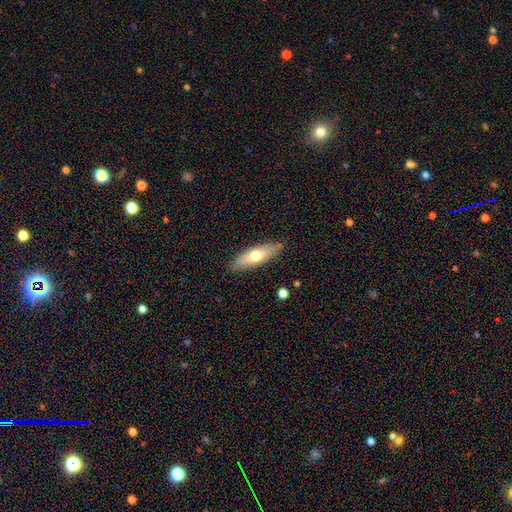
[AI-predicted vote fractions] Smooth or featured?
  - smooth: 60% *
  - featured or disk: 33%
  - star or artifact: 6%
How rounded?
  - in between: 54% *
  - cigar-shaped: 43%
  - round: 2%
Merging?
  - none: 86% *
  - minor disturbance: 10%
  - major disturbance: 2%
  - merger: 1%